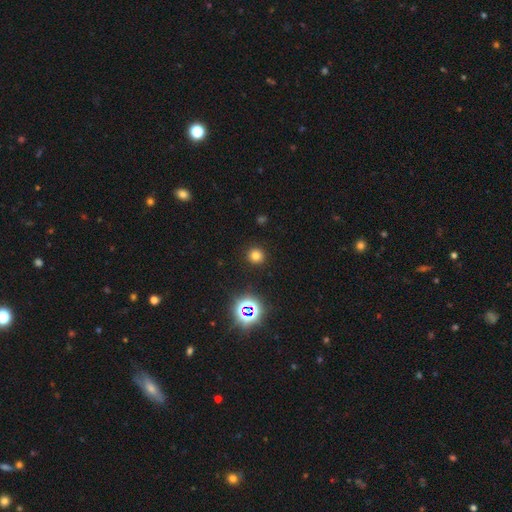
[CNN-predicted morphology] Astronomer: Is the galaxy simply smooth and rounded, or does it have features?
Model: smooth — 73%.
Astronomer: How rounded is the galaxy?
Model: round — 93%.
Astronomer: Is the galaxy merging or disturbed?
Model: none — 91%.